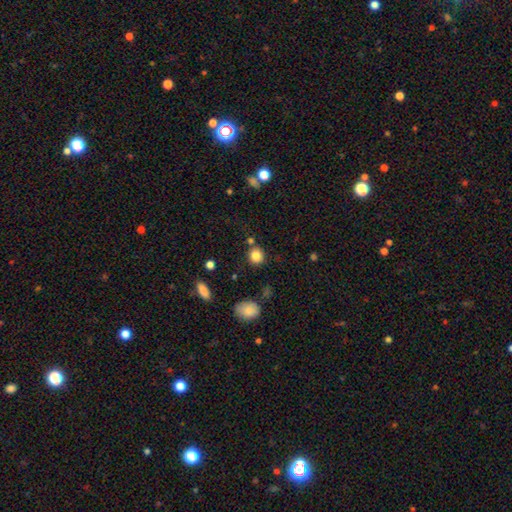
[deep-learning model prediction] The model was most divided on "merging": none: 79%, minor disturbance: 10%, merger: 8%, major disturbance: 3%. More confident: how rounded — round (84%); smooth or featured — smooth (83%).